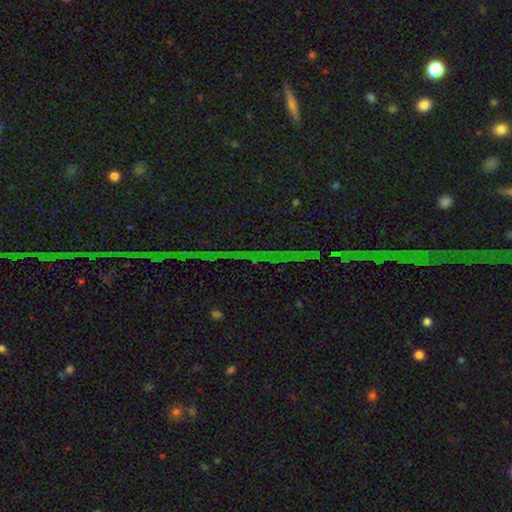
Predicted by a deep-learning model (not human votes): Smooth or featured?
  - star or artifact: 85% *
  - featured or disk: 9%
  - smooth: 7%